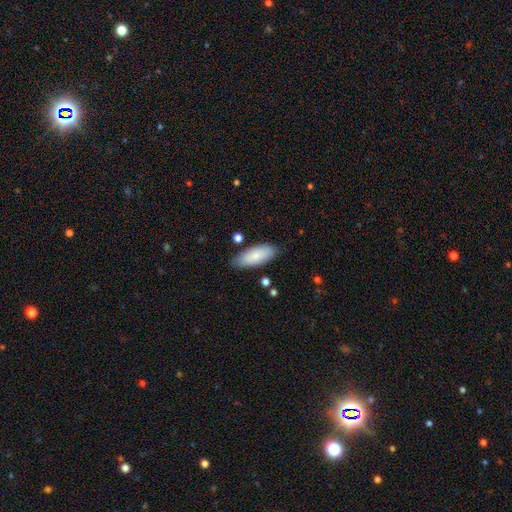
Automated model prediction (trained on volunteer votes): Smooth or featured? Predicted: smooth (p=0.79). How rounded? Predicted: in between (p=0.83). Merging? Predicted: none (p=0.80).